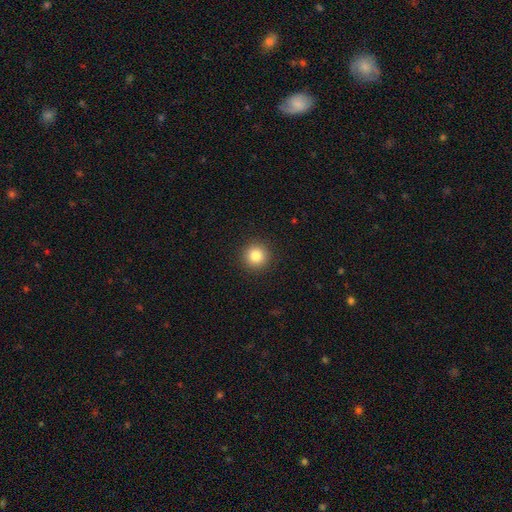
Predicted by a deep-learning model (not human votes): This is clearly a smooth galaxy (83%). How rounded: clearly round (95%). Merging: clearly none (92%).